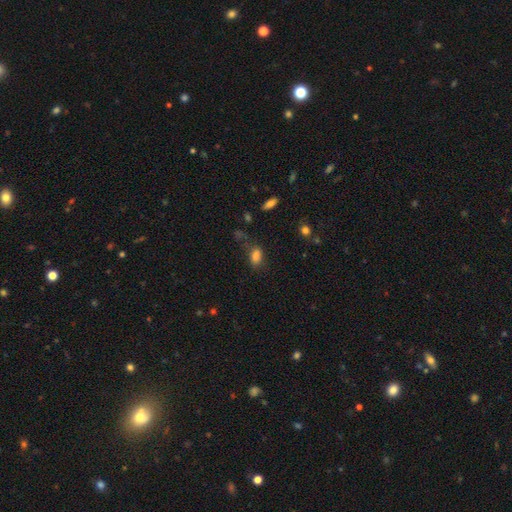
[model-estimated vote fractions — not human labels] Smooth or featured: smooth — 81% (star or artifact — 12%)
How rounded: in between — 85% (round — 10%)
Merging: none — 61% (minor disturbance — 23%)